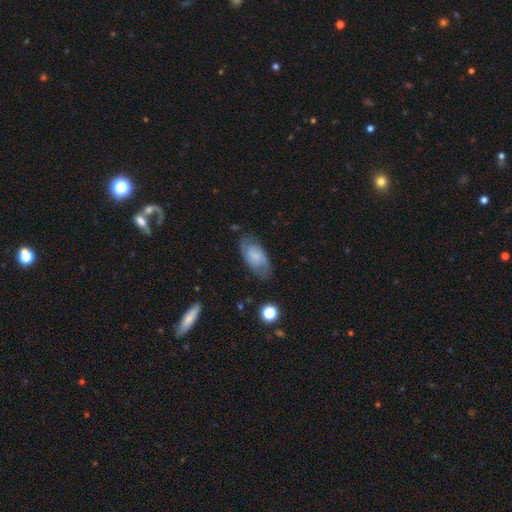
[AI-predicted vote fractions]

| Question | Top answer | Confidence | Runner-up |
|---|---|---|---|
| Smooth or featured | smooth | 51% | featured or disk (41%) |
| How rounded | in between | 91% | cigar-shaped (5%) |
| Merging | none | 74% | minor disturbance (19%) |